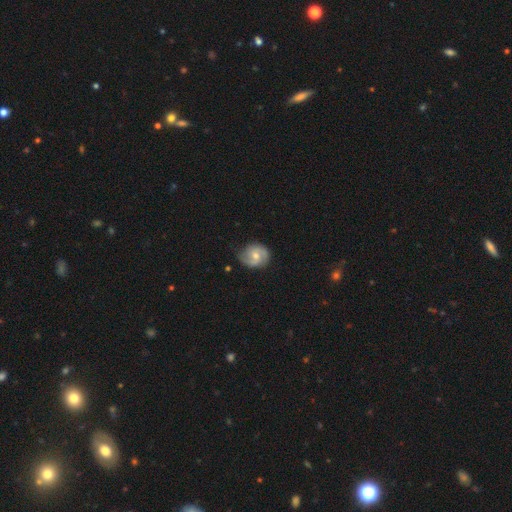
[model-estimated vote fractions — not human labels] Morphology: type=featured or disk (64%); edge-on=no (97%); bar=no (53%); spiral arms=yes (90%); winding=medium (45%); arm count=2 (79%); bulge=moderate (57%); merging=none (71%).